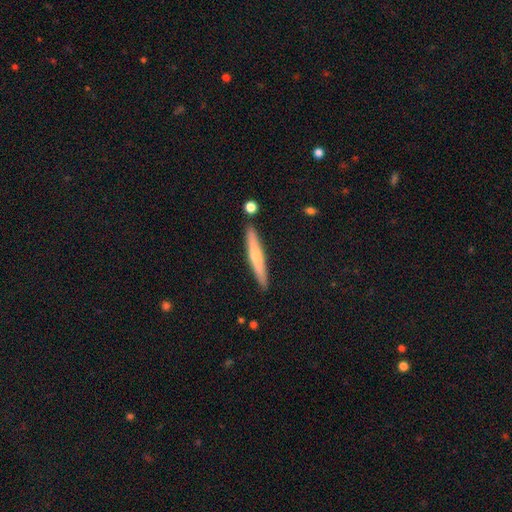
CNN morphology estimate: Smooth or featured? featured or disk (47%, tied with smooth)
Merging? none (88%)